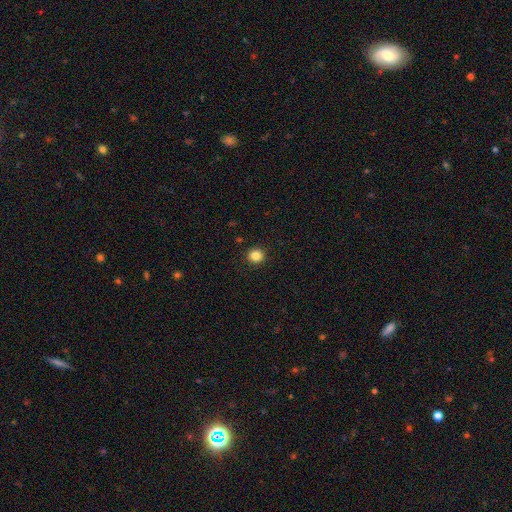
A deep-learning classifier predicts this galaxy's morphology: This is clearly a smooth galaxy (85%). How rounded: clearly round (91%). Merging: clearly none (92%).